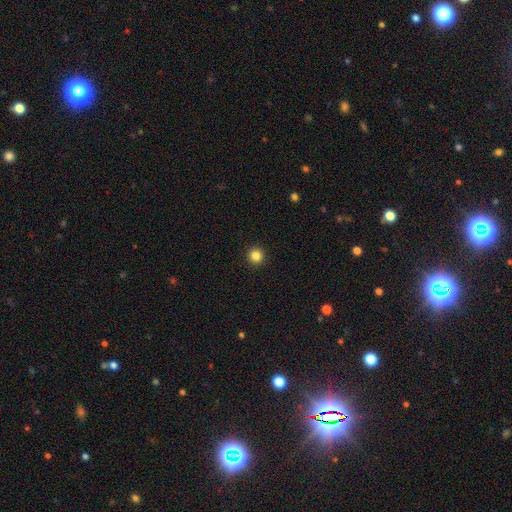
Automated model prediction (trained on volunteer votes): The model was most divided on "smooth or featured": smooth: 85%, star or artifact: 11%, featured or disk: 4%. More confident: how rounded — round (96%); merging — none (93%).